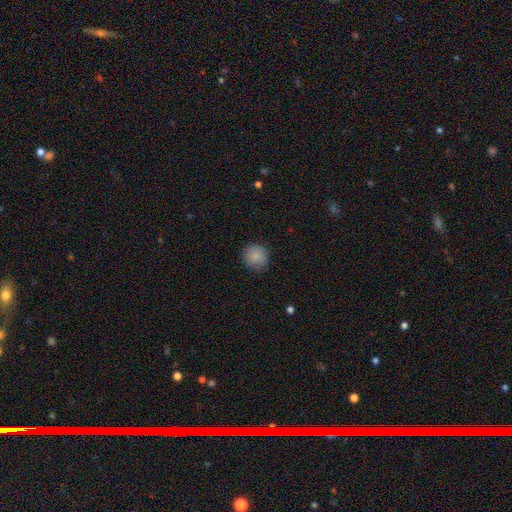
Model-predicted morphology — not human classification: A smooth galaxy with no disk features (86%) that is round (92%). Merging: none (87%).